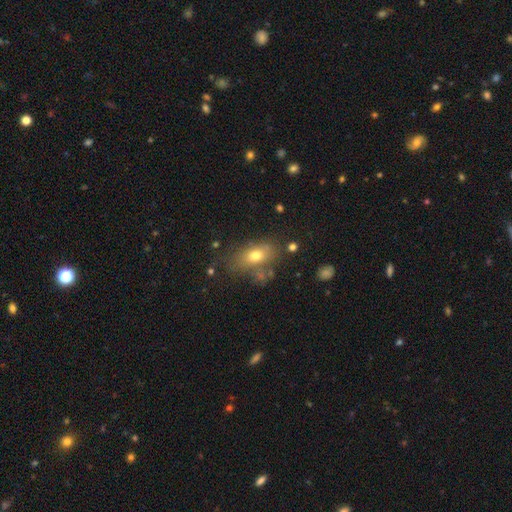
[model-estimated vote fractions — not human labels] Smooth or featured? smooth (71%)
How rounded? in between (81%)
Merging? none (64%)